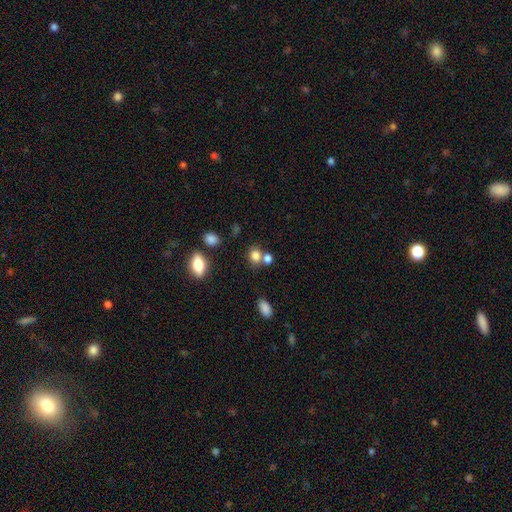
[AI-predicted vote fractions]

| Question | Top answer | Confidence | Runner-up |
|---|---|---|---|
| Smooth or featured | smooth | 81% | star or artifact (12%) |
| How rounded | round | 63% | in between (36%) |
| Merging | none | 55% | merger (31%) |